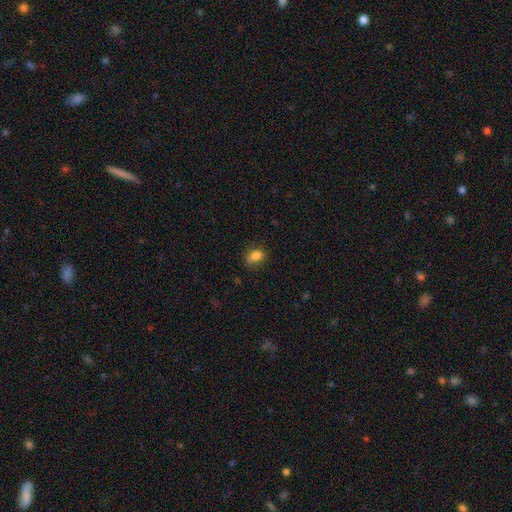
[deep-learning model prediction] Smooth or featured? Predicted: smooth (p=0.83). How rounded? Predicted: in between (p=0.76). Merging? Predicted: none (p=0.75).